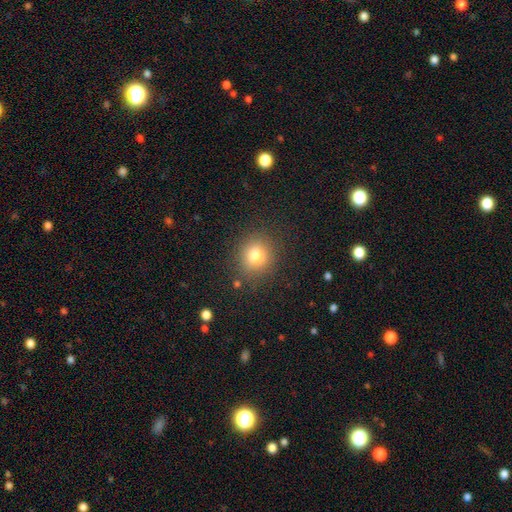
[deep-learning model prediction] smooth 78%, star or artifact 14%, featured or disk 9%. Down the decision tree: how rounded — round (86%); merging — none (85%).